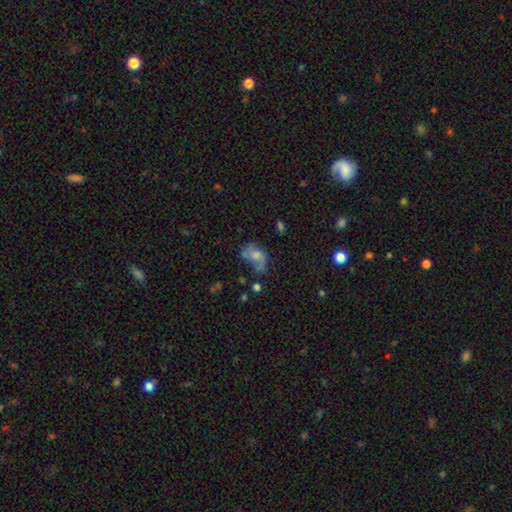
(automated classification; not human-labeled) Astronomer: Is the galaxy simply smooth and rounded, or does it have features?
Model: featured or disk — 51% (runner-up: smooth, 38%).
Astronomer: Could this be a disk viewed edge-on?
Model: no — 97%.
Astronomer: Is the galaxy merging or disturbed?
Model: none — 39% (runner-up: major disturbance, 29%).